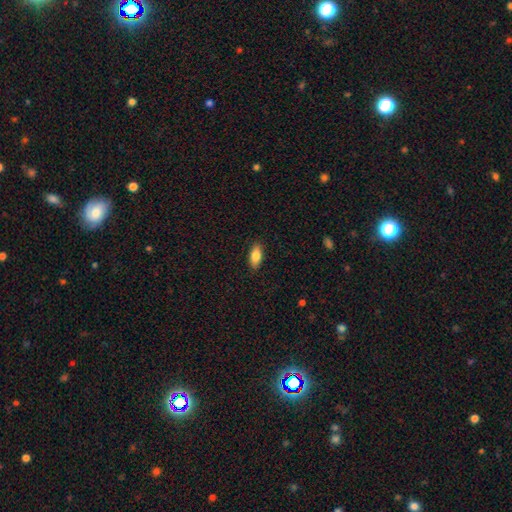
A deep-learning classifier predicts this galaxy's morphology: A smooth galaxy with no disk features (83%) that is in between round and cigar-shaped (83%). Merging: none (89%).